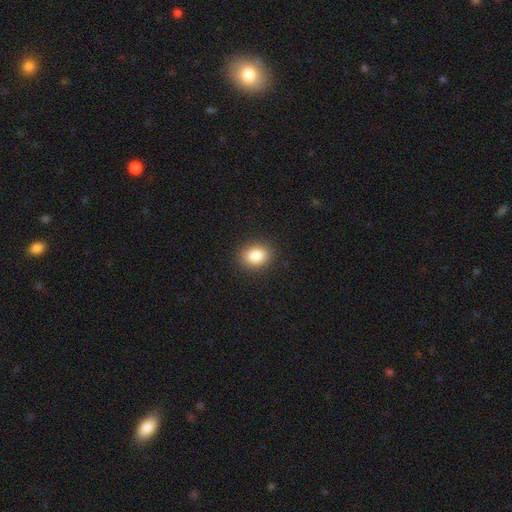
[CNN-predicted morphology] A smooth galaxy with no disk features (85%) that is in between round and cigar-shaped (55%). Merging: none (90%).